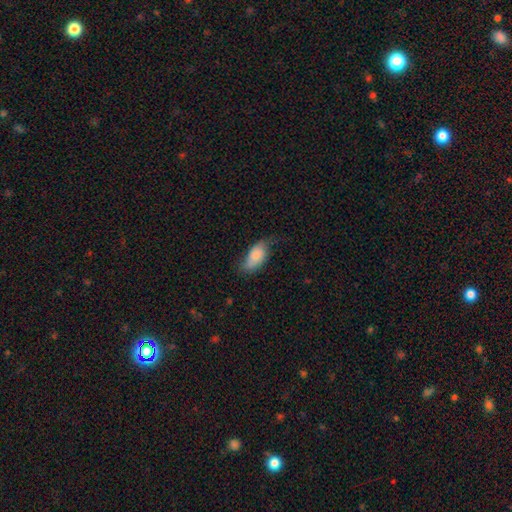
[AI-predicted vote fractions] smooth-or-featured: smooth: 74% | featured or disk: 20% | star or artifact: 7%
  how-rounded: in between: 91% | cigar-shaped: 6% | round: 3%
  merging: none: 52% | minor disturbance: 35% | major disturbance: 12% | merger: 2%